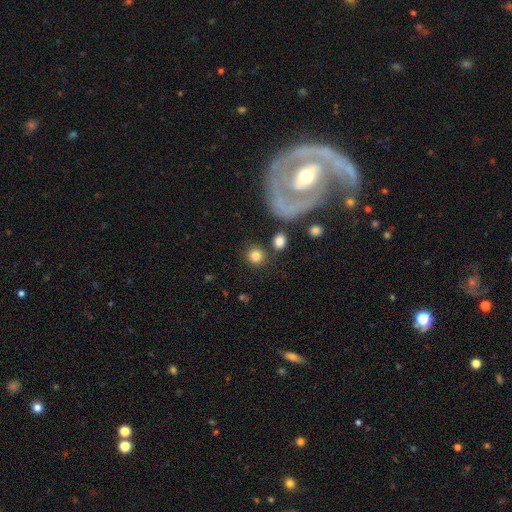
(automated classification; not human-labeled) Overall: smooth (81%). How rounded: round (88%). Merging: none (80%).